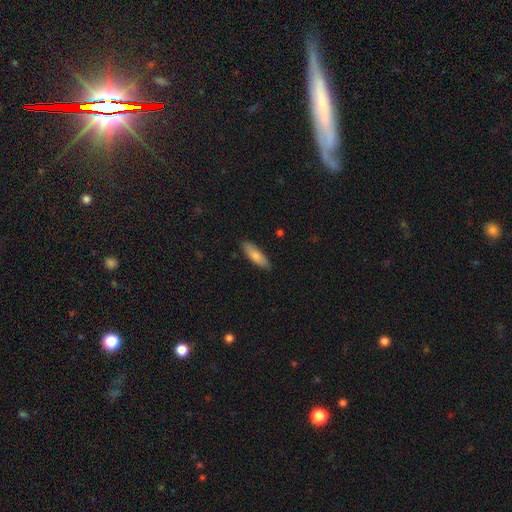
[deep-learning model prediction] Smooth or featured? Predicted: smooth (p=0.79). How rounded? Predicted: in between (p=0.50). Merging? Predicted: none (p=0.87).